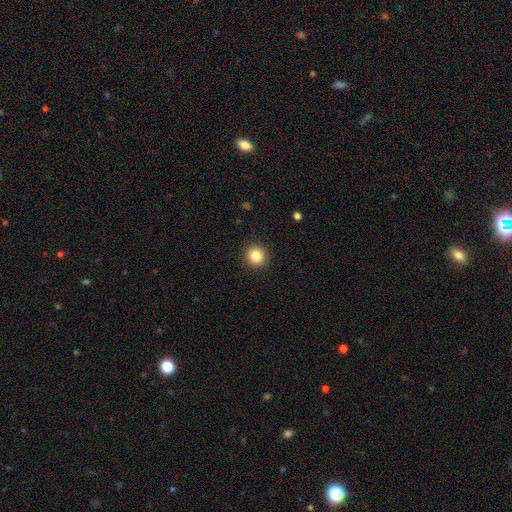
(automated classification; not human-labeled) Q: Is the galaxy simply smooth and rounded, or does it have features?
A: smooth — 85%.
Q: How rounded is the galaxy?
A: round — 93%.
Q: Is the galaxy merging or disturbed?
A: none — 92%.